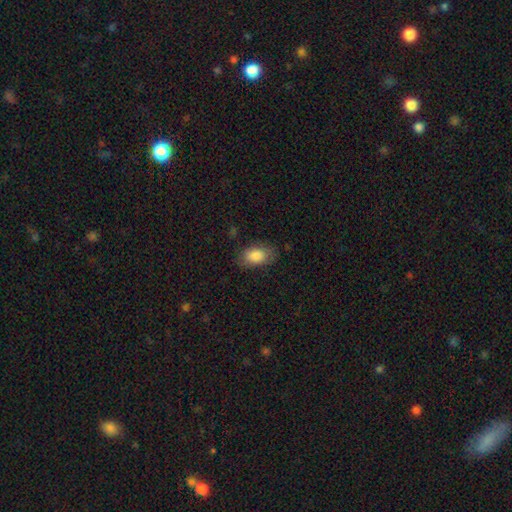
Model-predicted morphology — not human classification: A smooth galaxy with no disk features (85%) that is in between round and cigar-shaped (91%). Merging: none (77%).